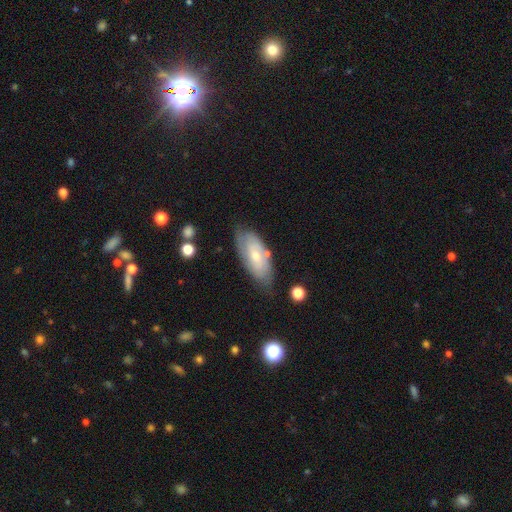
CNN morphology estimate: Overall: featured or disk (52%; smooth 41%). Edge-on disk: no (85%). Merging: none (70%).